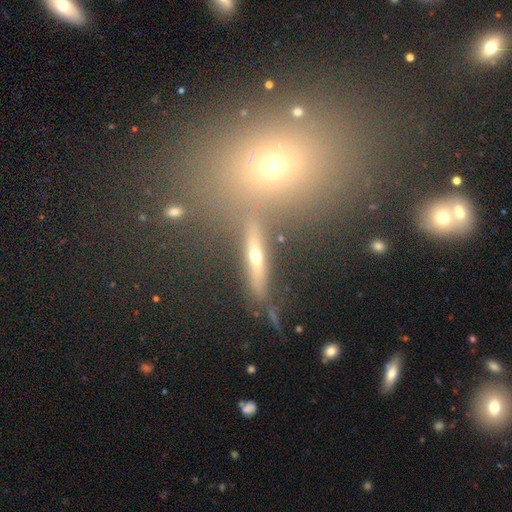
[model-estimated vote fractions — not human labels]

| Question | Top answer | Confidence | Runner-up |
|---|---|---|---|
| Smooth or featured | featured or disk | 45% | smooth (37%) |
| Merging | none | 74% | minor disturbance (11%) |